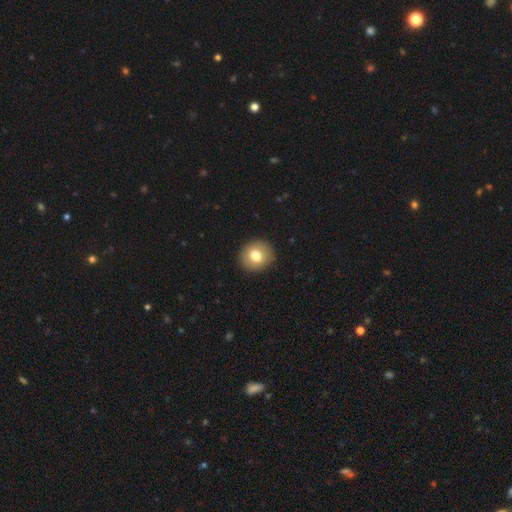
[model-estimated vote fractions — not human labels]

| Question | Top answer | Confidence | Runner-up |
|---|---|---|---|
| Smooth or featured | smooth | 77% | featured or disk (14%) |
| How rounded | round | 86% | in between (14%) |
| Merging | none | 90% | minor disturbance (7%) |